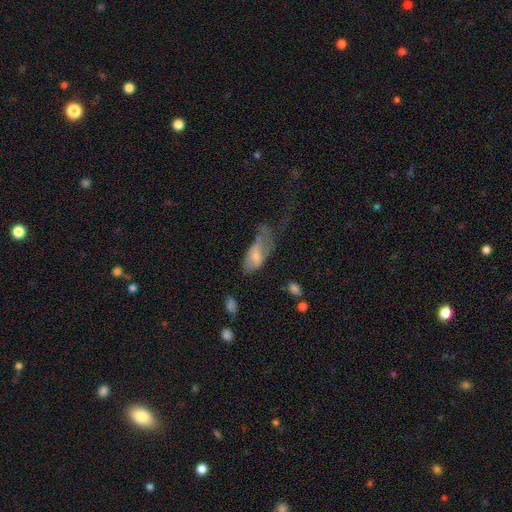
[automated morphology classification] Q: Smooth or featured?
A: smooth (56%); runner-up: featured or disk (36%)
Q: How rounded?
A: in between (88%); runner-up: cigar-shaped (9%)
Q: Merging?
A: major disturbance (57%); runner-up: minor disturbance (22%)